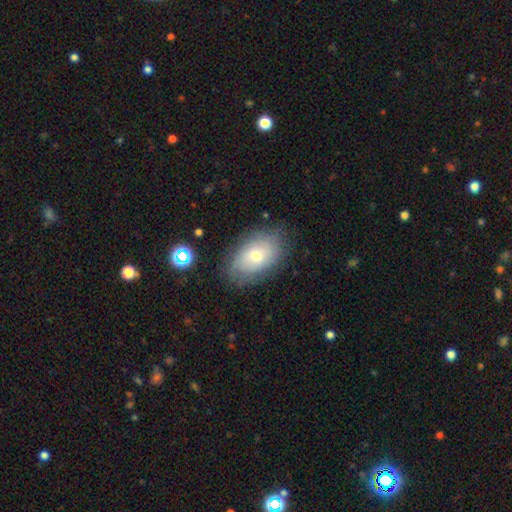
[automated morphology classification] A smooth galaxy with no disk features (53%) that is in between round and cigar-shaped (88%).

Vote fractions:
- Smooth or featured? smooth: 53% / featured or disk: 37% / star or artifact: 10%
- How rounded? in between: 88% / round: 11% / cigar-shaped: 1%
- Merging? none: 76% / minor disturbance: 17% / major disturbance: 5% / merger: 2%